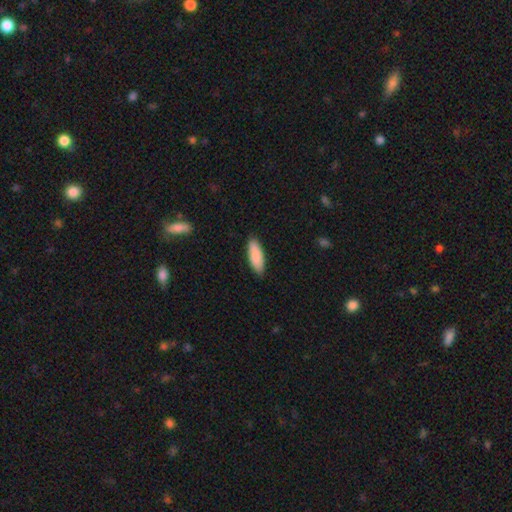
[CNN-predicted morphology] Q: Smooth or featured?
A: smooth (89%); runner-up: featured or disk (6%)
Q: How rounded?
A: in between (63%); runner-up: cigar-shaped (35%)
Q: Merging?
A: none (87%); runner-up: minor disturbance (10%)